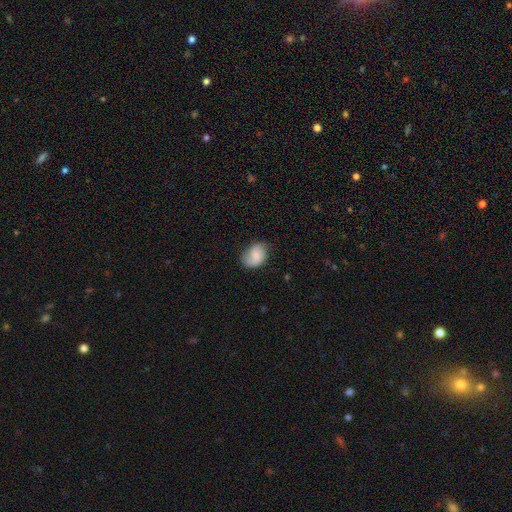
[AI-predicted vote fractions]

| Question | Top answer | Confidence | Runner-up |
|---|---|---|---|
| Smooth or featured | smooth | 54% | featured or disk (39%) |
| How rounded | in between | 64% | round (35%) |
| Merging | none | 64% | minor disturbance (26%) |